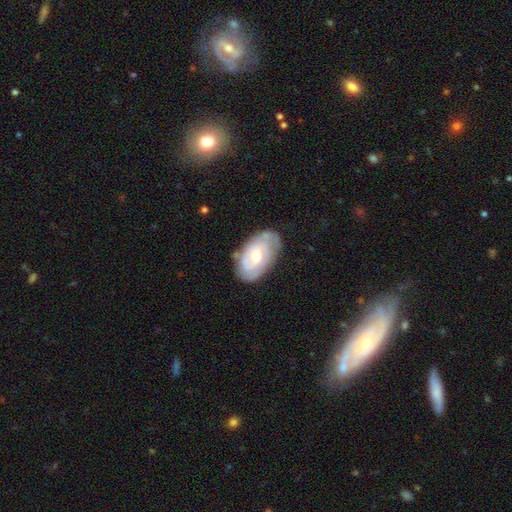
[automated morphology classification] A featured or disk galaxy (68%) with no bar (62%), tight (64%) spiral arms (81%) and a moderate central bulge (56%). Merging: none (70%).